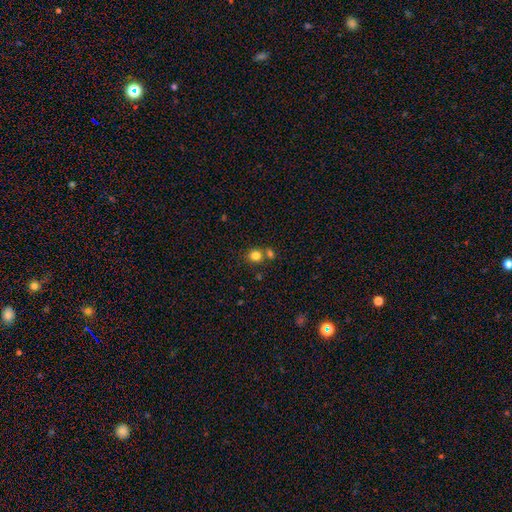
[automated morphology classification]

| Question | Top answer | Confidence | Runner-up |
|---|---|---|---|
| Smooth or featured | smooth | 81% | star or artifact (12%) |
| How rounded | round | 82% | in between (17%) |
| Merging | none | 64% | merger (24%) |